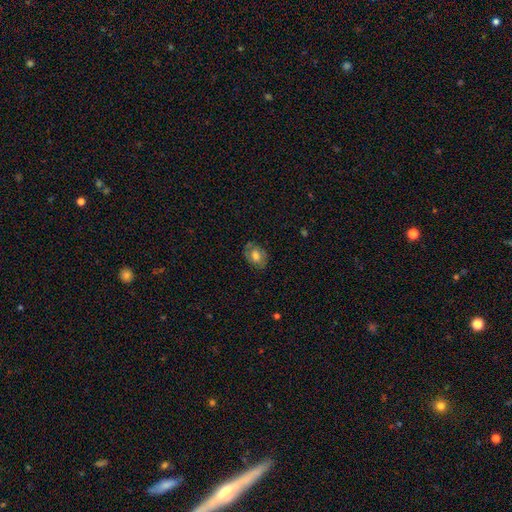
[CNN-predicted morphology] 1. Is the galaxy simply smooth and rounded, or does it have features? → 59% smooth, 33% featured or disk, 8% star or artifact.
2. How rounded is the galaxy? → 73% in between, 26% round, 1% cigar-shaped.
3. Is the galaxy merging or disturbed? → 77% none, 16% minor disturbance, 5% major disturbance, 1% merger.